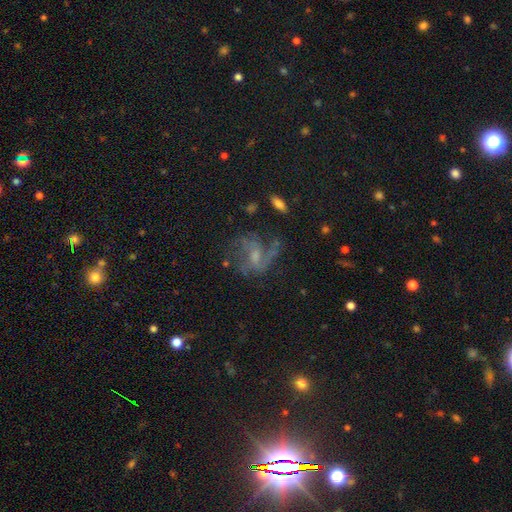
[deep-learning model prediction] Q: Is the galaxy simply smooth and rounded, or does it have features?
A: featured or disk — 70%.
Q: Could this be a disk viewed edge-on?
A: no — 97%.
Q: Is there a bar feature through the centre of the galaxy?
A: no — 48%.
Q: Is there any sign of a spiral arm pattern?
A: yes — 80%.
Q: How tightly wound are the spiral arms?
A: medium — 43%.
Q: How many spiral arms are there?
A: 2 — 33%.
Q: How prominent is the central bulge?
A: small — 44%.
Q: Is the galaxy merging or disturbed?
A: none — 48%.